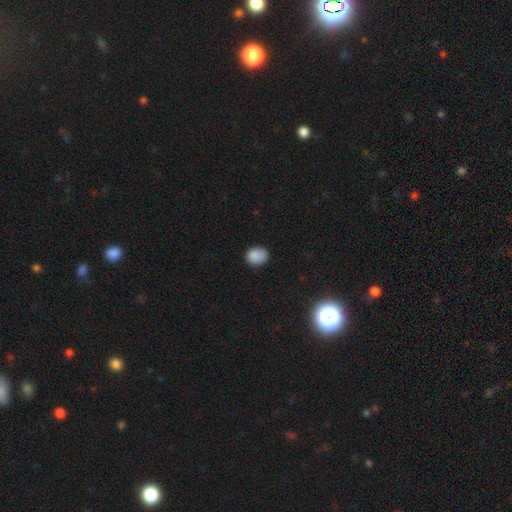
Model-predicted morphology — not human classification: Q: Smooth or featured?
A: smooth (87%); runner-up: star or artifact (10%)
Q: How rounded?
A: round (53%); runner-up: in between (46%)
Q: Merging?
A: none (78%); runner-up: minor disturbance (18%)